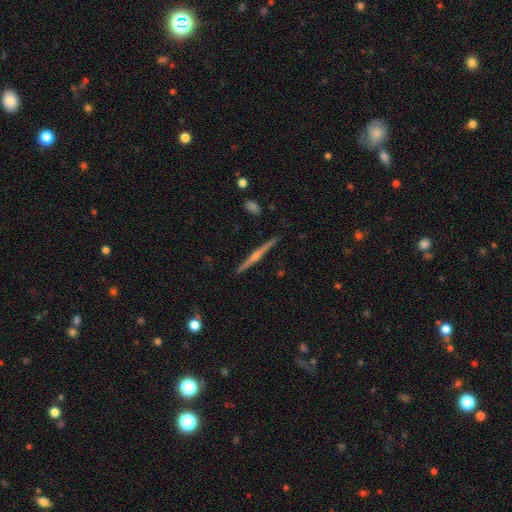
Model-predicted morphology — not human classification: smooth-or-featured: featured or disk: 78% | smooth: 17% | star or artifact: 6%
  disk-edge-on: yes: 99% | no: 1%
    edge-on-bulge: rounded: 83% | none: 11% | boxy: 6%
  merging: none: 92% | minor disturbance: 6% | major disturbance: 1% | merger: 1%